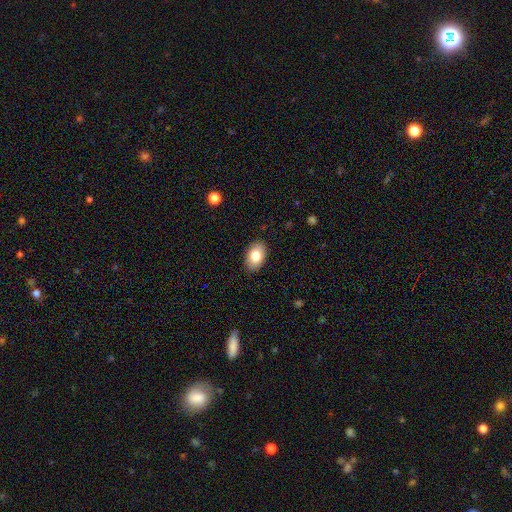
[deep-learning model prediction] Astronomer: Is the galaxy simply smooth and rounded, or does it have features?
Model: smooth — 82%.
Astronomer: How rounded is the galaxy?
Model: in between — 91%.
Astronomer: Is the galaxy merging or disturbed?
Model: none — 88%.